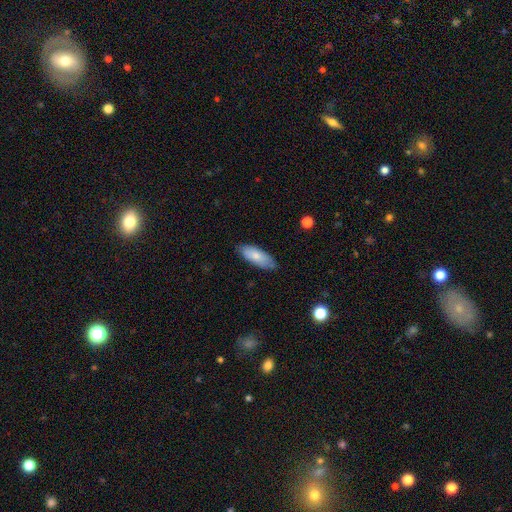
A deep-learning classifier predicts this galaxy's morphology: smooth-or-featured: smooth: 78% | featured or disk: 16% | star or artifact: 6%
  how-rounded: in between: 80% | cigar-shaped: 19% | round: 2%
  merging: none: 77% | minor disturbance: 19% | major disturbance: 3% | merger: 1%